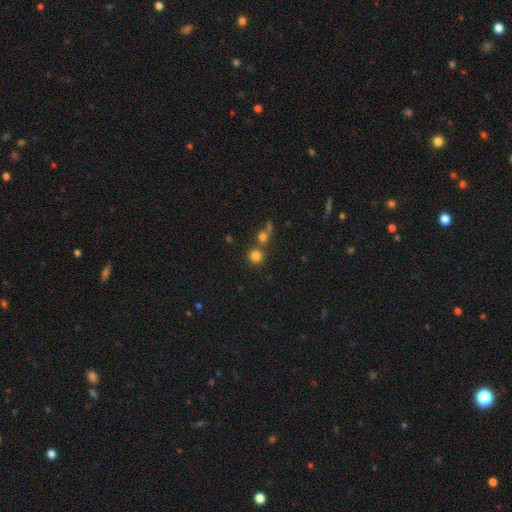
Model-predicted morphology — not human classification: smooth 80%, star or artifact 13%, featured or disk 7%. Down the decision tree: how rounded — round (91%); merging — none (65%).